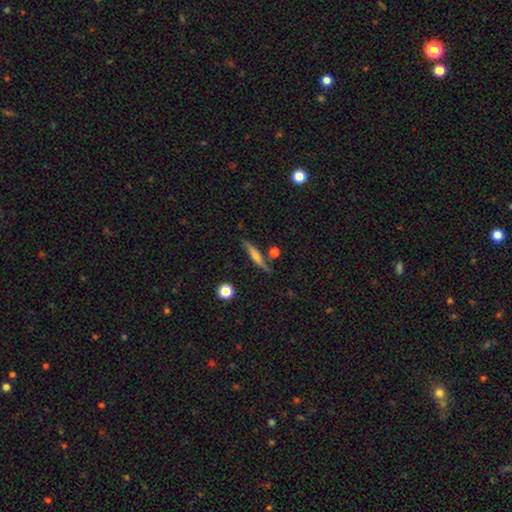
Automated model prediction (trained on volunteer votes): A smooth galaxy with no disk features (48%).

Vote fractions:
- Smooth or featured? smooth: 48% / featured or disk: 44% / star or artifact: 8%
- Merging? none: 76% / minor disturbance: 14% / merger: 6% / major disturbance: 4%